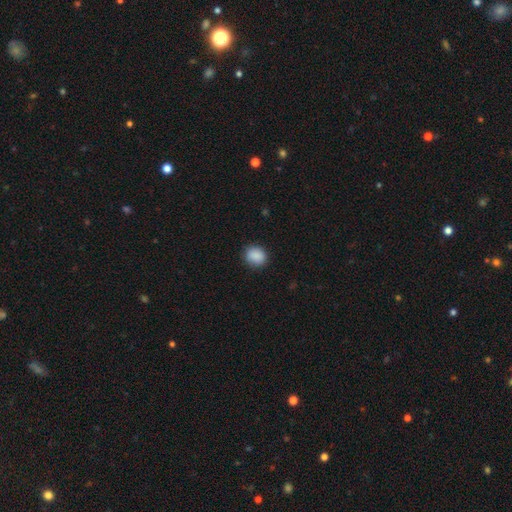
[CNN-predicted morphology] smooth 89%, star or artifact 8%, featured or disk 4%. Down the decision tree: how rounded — round (71%); merging — none (85%).